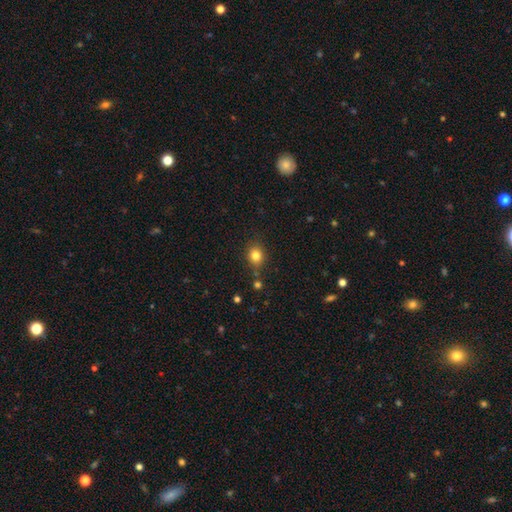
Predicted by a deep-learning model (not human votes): Smooth or featured? smooth (82%)
How rounded? round (66%)
Merging? none (80%)